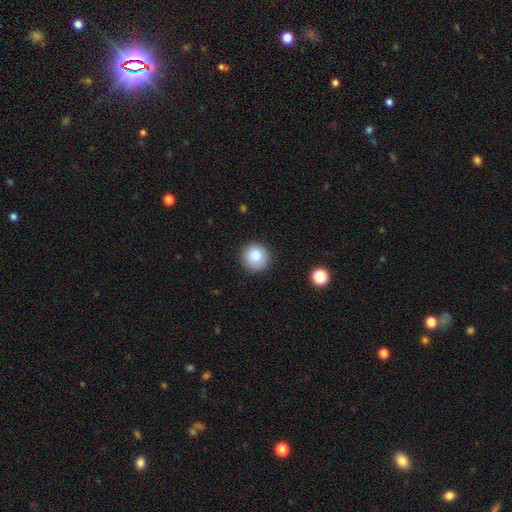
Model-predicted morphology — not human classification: A smooth galaxy with no disk features (83%) that is round (94%). Merging: none (90%).